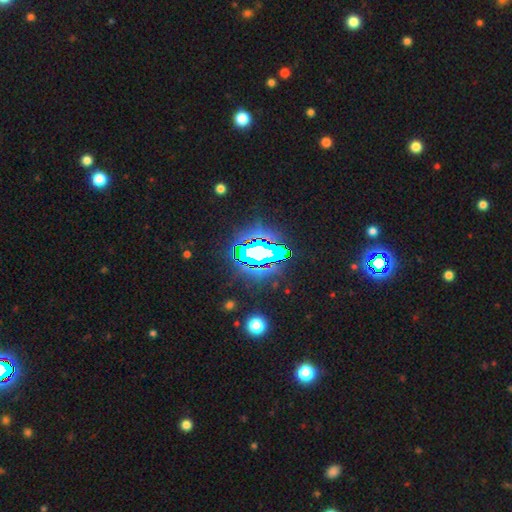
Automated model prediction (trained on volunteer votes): Smooth or featured?
  - star or artifact: 72% *
  - featured or disk: 15%
  - smooth: 14%